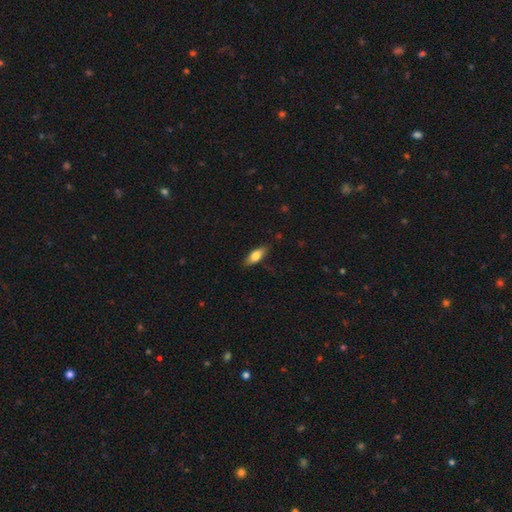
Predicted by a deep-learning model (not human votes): Smooth or featured?
  - smooth: 78% *
  - featured or disk: 16%
  - star or artifact: 6%
How rounded?
  - in between: 75% *
  - cigar-shaped: 23%
  - round: 2%
Merging?
  - none: 82% *
  - minor disturbance: 14%
  - major disturbance: 3%
  - merger: 1%